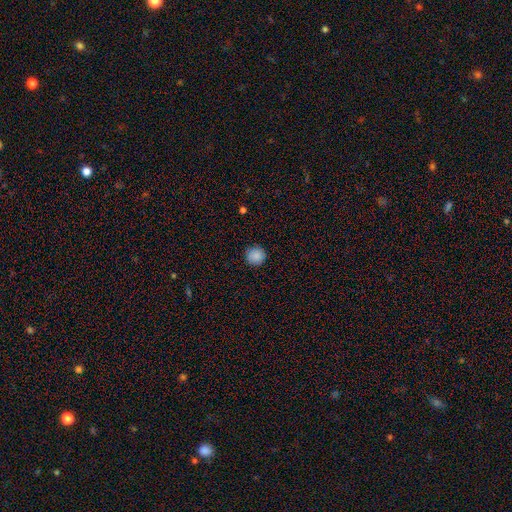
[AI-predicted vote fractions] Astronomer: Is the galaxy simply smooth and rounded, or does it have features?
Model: smooth — 87%.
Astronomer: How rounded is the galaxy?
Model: round — 95%.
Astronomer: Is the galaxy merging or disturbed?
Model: none — 91%.